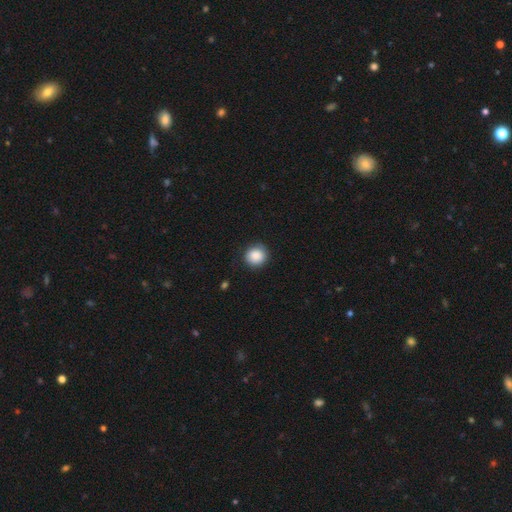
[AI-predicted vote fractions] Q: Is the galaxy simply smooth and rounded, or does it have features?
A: smooth — 88%.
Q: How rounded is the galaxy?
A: round — 90%.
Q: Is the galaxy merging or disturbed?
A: none — 86%.